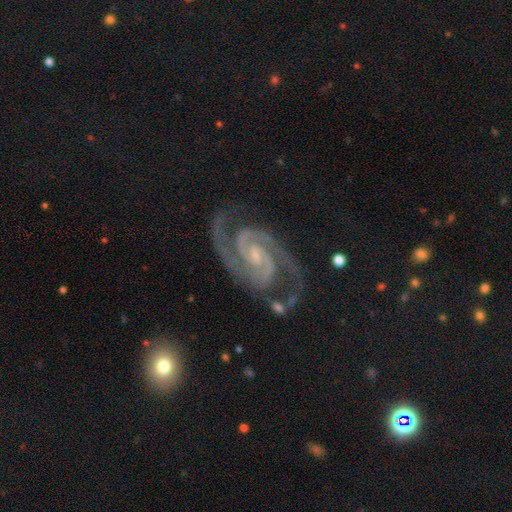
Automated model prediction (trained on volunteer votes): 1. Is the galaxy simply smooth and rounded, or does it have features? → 94% featured or disk, 4% star or artifact, 2% smooth.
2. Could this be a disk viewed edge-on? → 98% no, 2% yes.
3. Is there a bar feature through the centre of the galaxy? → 45% weak, 38% no, 17% strong.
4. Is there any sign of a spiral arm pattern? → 99% yes, 1% no.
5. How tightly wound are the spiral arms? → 48% medium, 47% tight, 5% loose.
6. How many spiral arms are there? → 92% 2, 3% 3, 2% can't tell, 1% 4, 1% 1, 1% more than 4.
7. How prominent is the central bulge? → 68% small, 22% moderate, 7% none, 1% large, 1% dominant.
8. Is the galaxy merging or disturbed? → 76% none, 16% minor disturbance, 5% major disturbance, 3% merger.